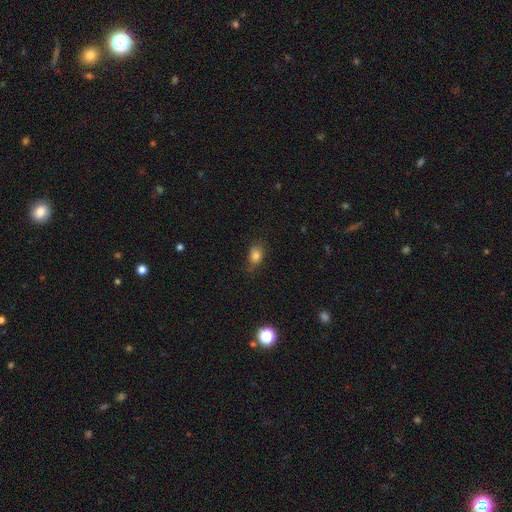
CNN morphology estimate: smooth_or_featured: smooth (p=0.80) [alt: star or artifact p=0.11]
how_rounded: in between (p=0.70) [alt: round p=0.27]
merging: none (p=0.63) [alt: minor disturbance p=0.27]